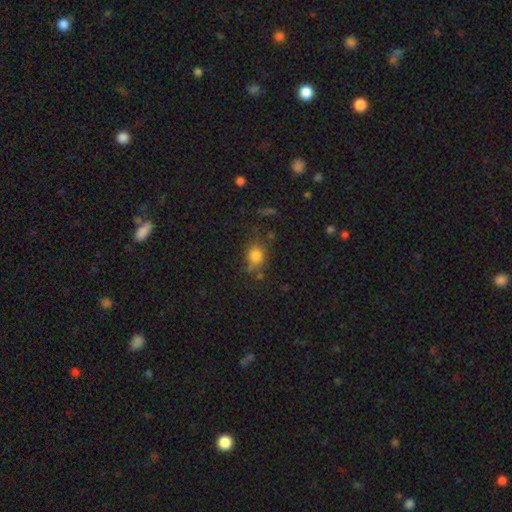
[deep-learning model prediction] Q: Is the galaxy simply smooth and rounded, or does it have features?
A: smooth — 78%.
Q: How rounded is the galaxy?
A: round — 64%.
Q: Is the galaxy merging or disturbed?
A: none — 62%.